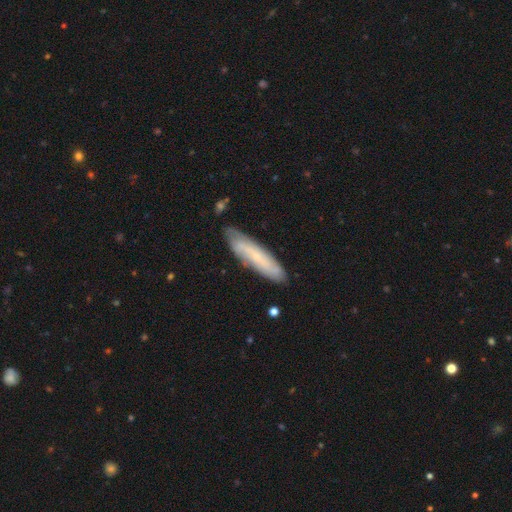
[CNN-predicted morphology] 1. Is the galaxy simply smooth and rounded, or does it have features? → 47% featured or disk, 45% smooth, 8% star or artifact.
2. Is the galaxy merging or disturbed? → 77% none, 17% minor disturbance, 3% major disturbance, 3% merger.